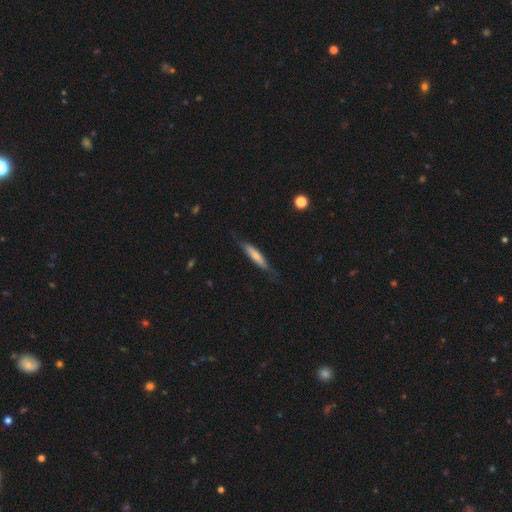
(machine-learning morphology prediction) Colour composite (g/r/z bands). It shows a smooth galaxy with no disk features (62%) that is cigar-shaped (85%). Merging: none (74%).